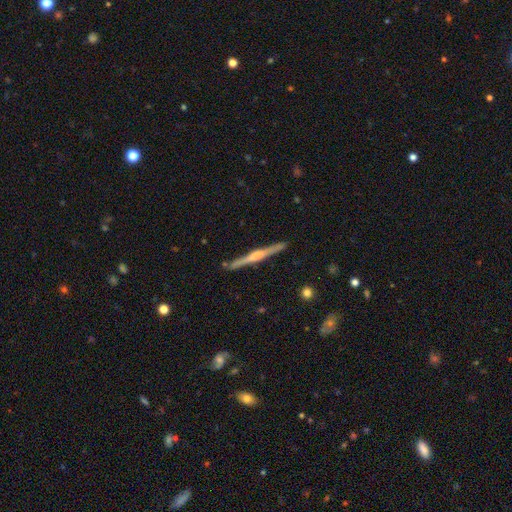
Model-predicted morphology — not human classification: smooth-or-featured: featured or disk: 74% | smooth: 21% | star or artifact: 5%
  disk-edge-on: yes: 98% | no: 2%
    edge-on-bulge: rounded: 55% | boxy: 30% | none: 16%
  merging: none: 88% | minor disturbance: 8% | merger: 2% | major disturbance: 2%